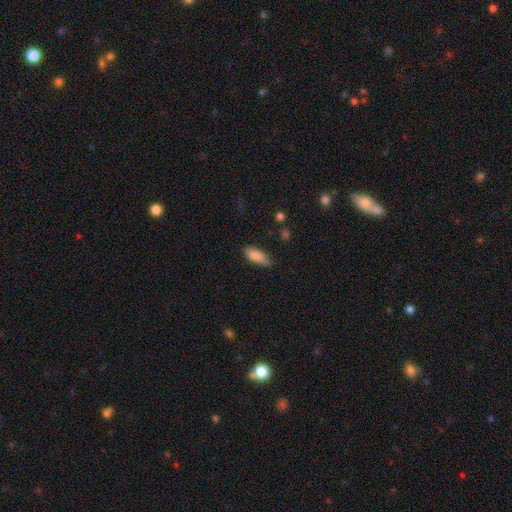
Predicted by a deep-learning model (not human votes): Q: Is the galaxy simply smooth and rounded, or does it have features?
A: smooth — 86%.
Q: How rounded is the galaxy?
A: in between — 79%.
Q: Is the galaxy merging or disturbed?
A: none — 63%.